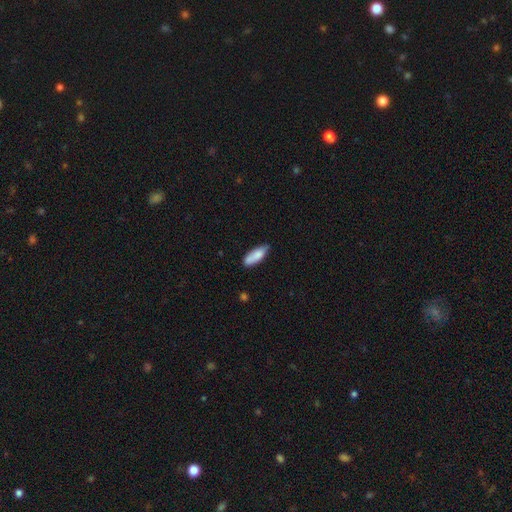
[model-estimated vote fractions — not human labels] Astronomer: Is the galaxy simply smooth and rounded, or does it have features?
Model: smooth — 82%.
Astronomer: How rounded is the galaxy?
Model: in between — 65%.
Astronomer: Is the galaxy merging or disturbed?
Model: none — 69%.